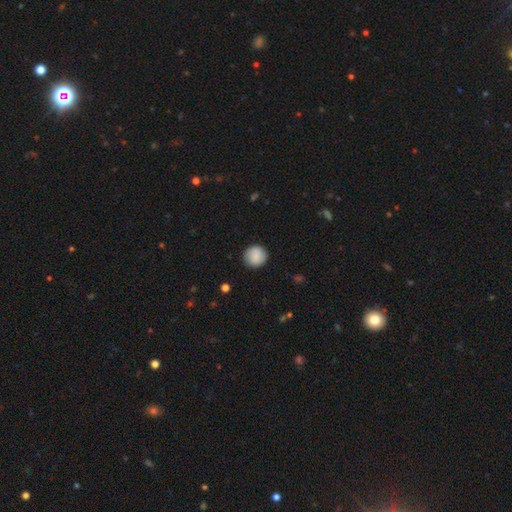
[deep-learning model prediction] Q: Smooth or featured?
A: smooth (88%); runner-up: star or artifact (7%)
Q: How rounded?
A: round (93%); runner-up: in between (6%)
Q: Merging?
A: none (89%); runner-up: minor disturbance (7%)